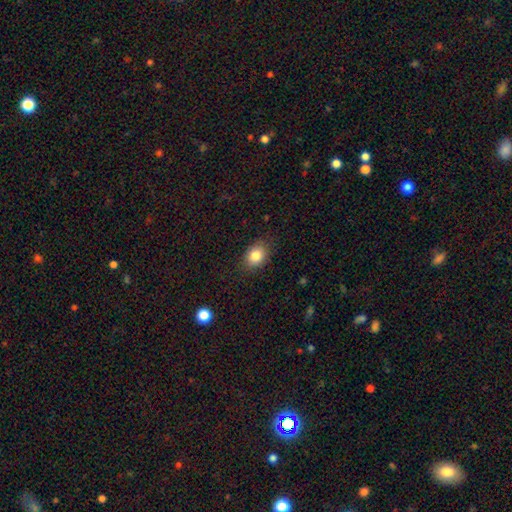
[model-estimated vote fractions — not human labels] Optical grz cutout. It shows a smooth galaxy with no disk features (84%) that is in between round and cigar-shaped (67%). Merging: none (84%).